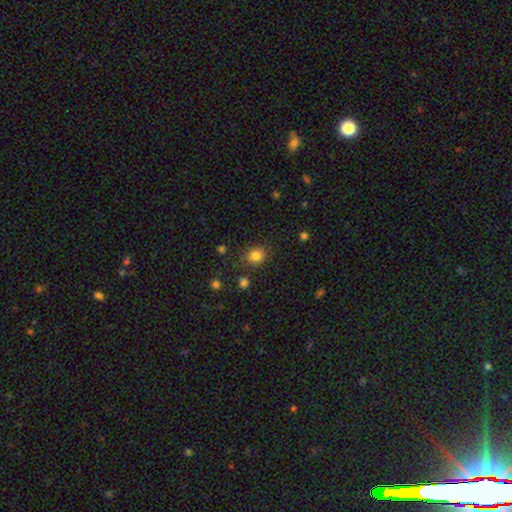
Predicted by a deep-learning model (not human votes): A smooth galaxy with no disk features (82%) that is round (65%). Merging: none (79%).